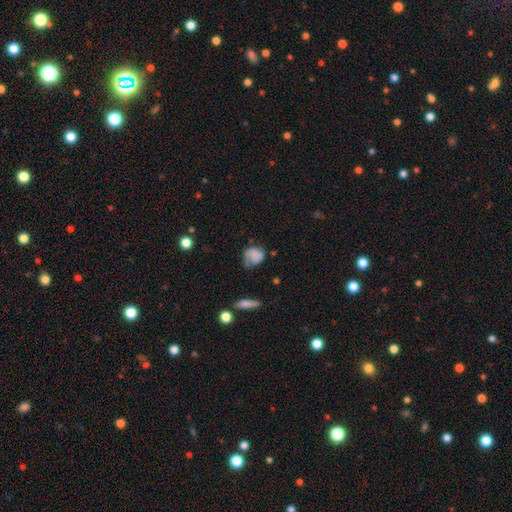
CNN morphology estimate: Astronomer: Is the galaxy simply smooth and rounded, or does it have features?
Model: smooth — 65%.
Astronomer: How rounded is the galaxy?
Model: round — 57% (runner-up: in between, 42%).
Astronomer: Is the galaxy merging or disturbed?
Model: none — 41% (runner-up: minor disturbance, 33%).